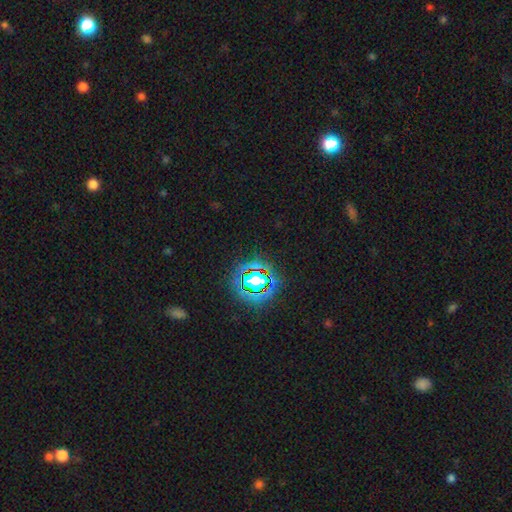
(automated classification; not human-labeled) A star or artifact, not a galaxy (79%).

Vote fractions:
- Smooth or featured? star or artifact: 79% / smooth: 13% / featured or disk: 8%